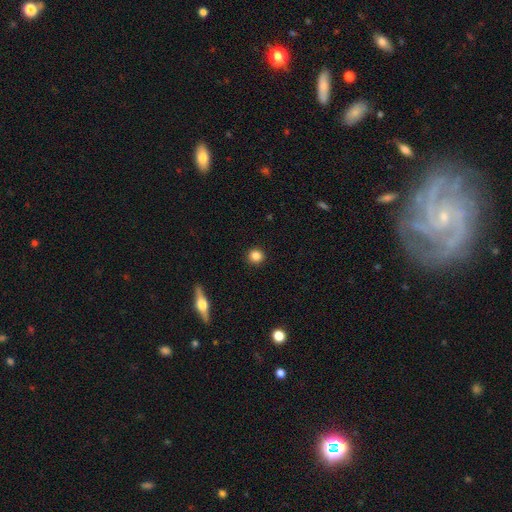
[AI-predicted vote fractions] Smooth or featured: smooth — 85% (star or artifact — 10%)
How rounded: round — 92% (in between — 7%)
Merging: none — 92% (minor disturbance — 5%)